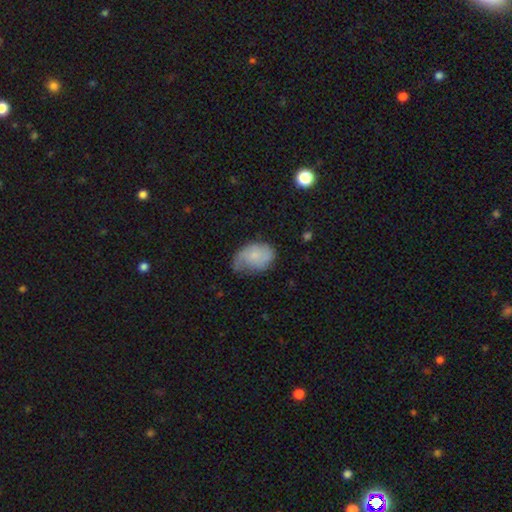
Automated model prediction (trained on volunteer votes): A smooth galaxy with no disk features (59%) that is in between round and cigar-shaped (83%). Merging: none (40%).